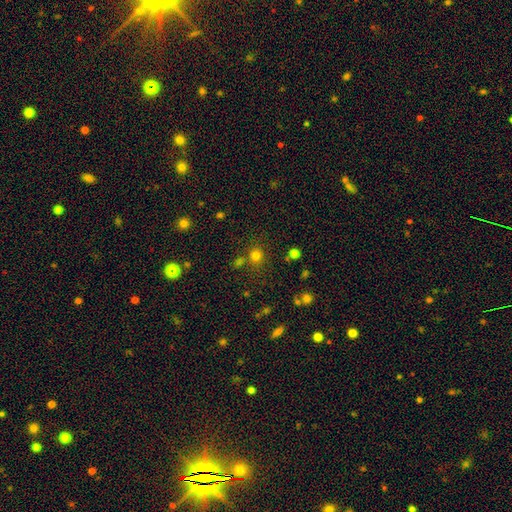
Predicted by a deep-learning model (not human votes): A smooth galaxy with no disk features (75%) that is round (88%). Merging: none (76%).